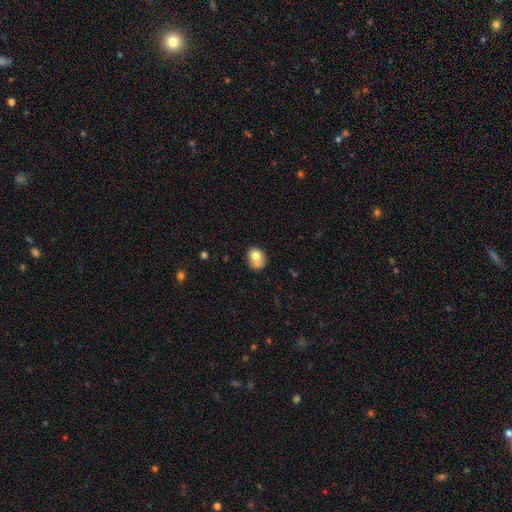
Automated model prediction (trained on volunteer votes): Smooth or featured?
  - smooth: 73% *
  - featured or disk: 17%
  - star or artifact: 10%
How rounded?
  - in between: 50% *
  - round: 49%
  - cigar-shaped: 1%
Merging?
  - none: 42% *
  - minor disturbance: 27%
  - merger: 20%
  - major disturbance: 12%